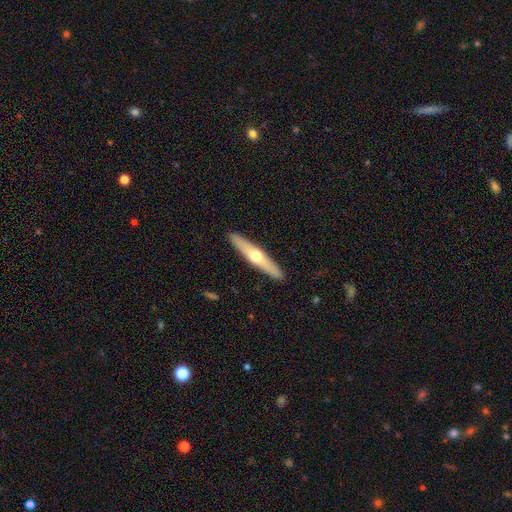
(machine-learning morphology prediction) Q: Smooth or featured?
A: featured or disk (53%); runner-up: smooth (42%)
Q: Edge-on disk?
A: yes (92%); runner-up: no (8%)
Q: Merging?
A: none (92%); runner-up: minor disturbance (6%)